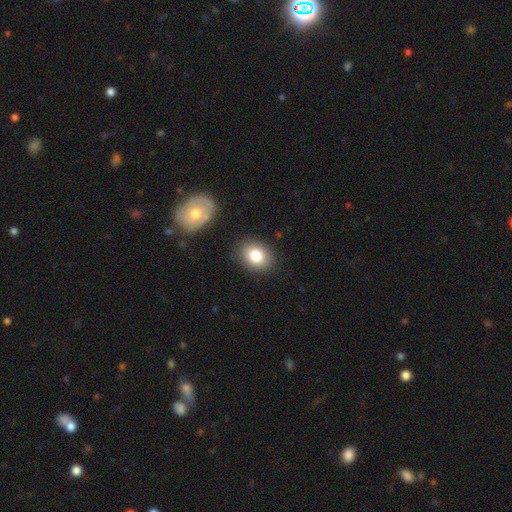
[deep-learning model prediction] This appears to be a smooth galaxy with no disk features (81%) that is in between round and cigar-shaped (54%). Merging: none (86%).